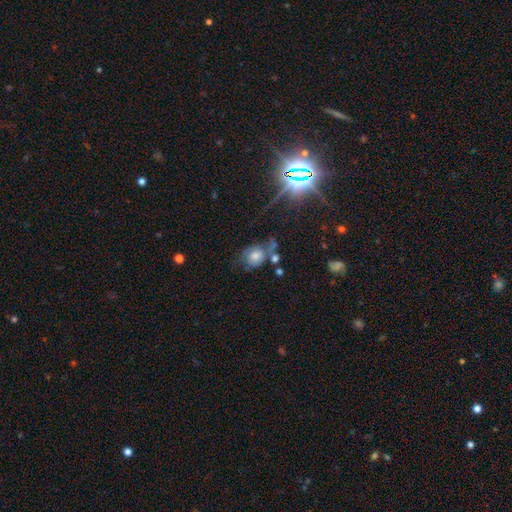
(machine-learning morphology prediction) The model was most divided on "merging": none: 44%, minor disturbance: 25%, major disturbance: 18%, merger: 13%. Remaining: smooth or featured — smooth (50%).